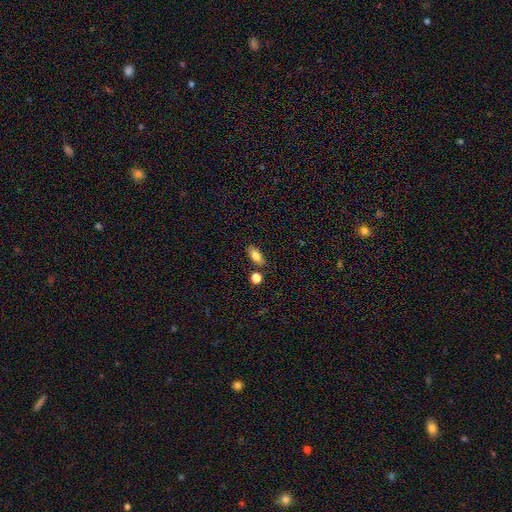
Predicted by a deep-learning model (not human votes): Smooth or featured: smooth — 80% (featured or disk — 10%)
How rounded: in between — 86% (round — 8%)
Merging: none — 77% (minor disturbance — 13%)